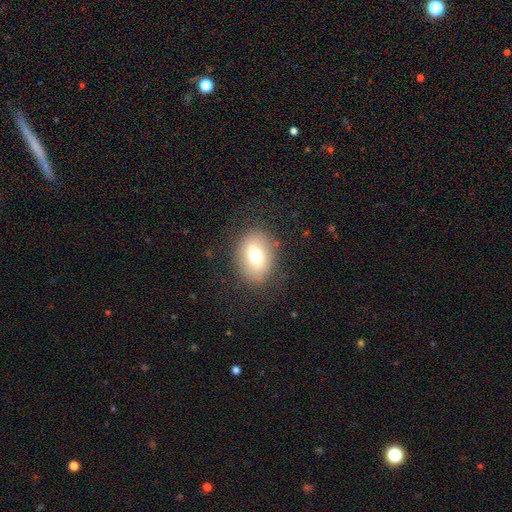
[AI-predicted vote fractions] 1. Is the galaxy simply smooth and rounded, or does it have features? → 68% smooth, 22% featured or disk, 10% star or artifact.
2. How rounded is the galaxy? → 64% in between, 35% round, 1% cigar-shaped.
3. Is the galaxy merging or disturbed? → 83% none, 11% minor disturbance, 5% major disturbance, 1% merger.